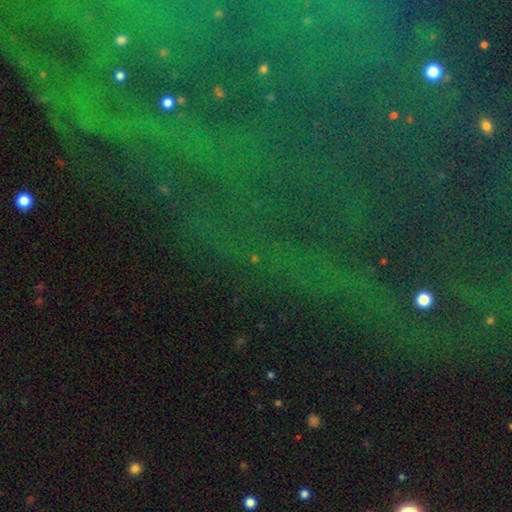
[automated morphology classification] Smooth or featured?
  - star or artifact: 80% *
  - featured or disk: 10%
  - smooth: 10%